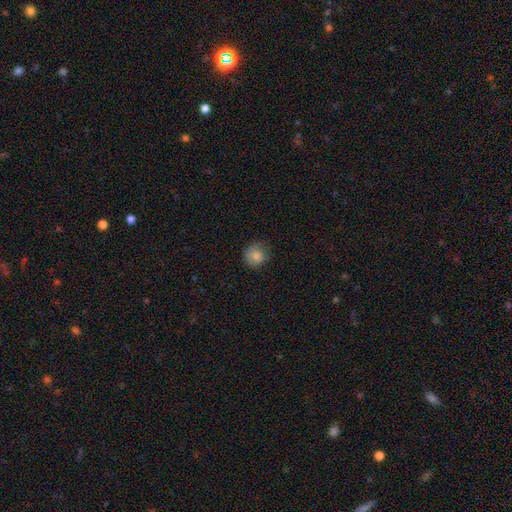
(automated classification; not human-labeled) Smooth or featured?
  - smooth: 82% *
  - featured or disk: 9%
  - star or artifact: 9%
How rounded?
  - round: 87% *
  - in between: 12%
  - cigar-shaped: 1%
Merging?
  - none: 69% *
  - minor disturbance: 22%
  - major disturbance: 8%
  - merger: 1%